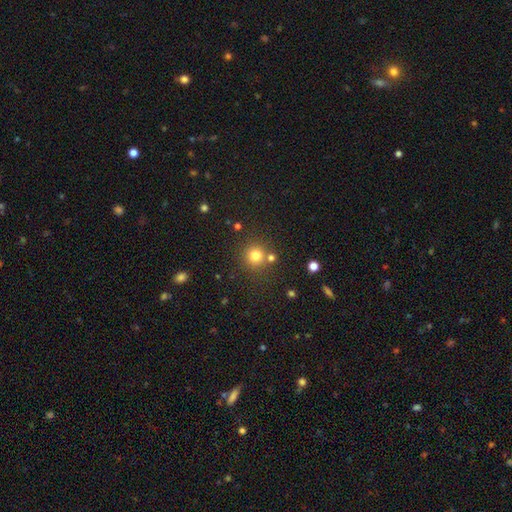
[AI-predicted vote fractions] Smooth or featured? Predicted: smooth (p=0.79). How rounded? Predicted: round (p=0.93). Merging? Predicted: none (p=0.77).